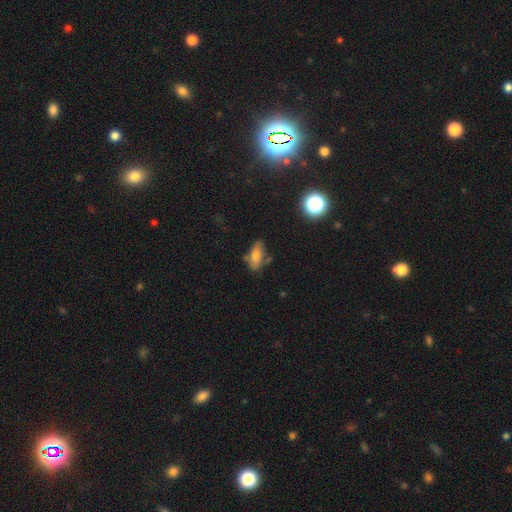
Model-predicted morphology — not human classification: type=smooth (68%); roundness=in between (82%); merging=none (63%).